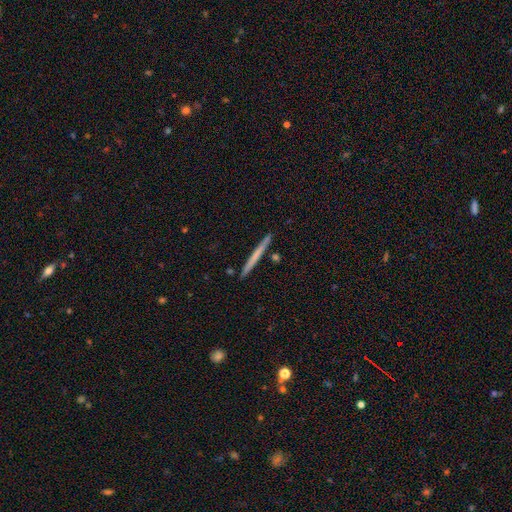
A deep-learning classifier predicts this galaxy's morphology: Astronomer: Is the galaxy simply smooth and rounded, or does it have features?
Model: smooth — 57% (runner-up: featured or disk, 38%).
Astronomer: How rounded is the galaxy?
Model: cigar-shaped — 97%.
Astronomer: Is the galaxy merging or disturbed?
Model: none — 91%.